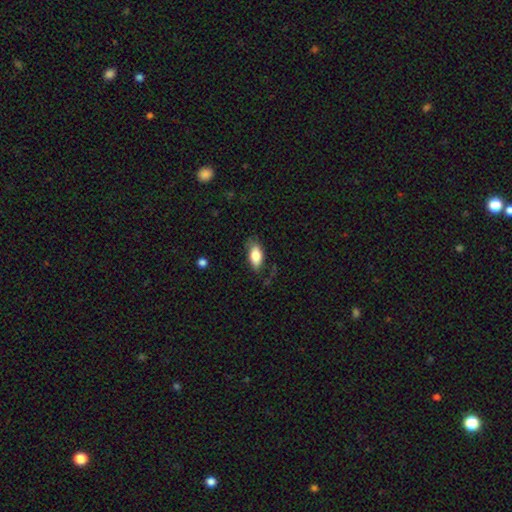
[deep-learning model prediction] smooth-or-featured: smooth: 81% | featured or disk: 13% | star or artifact: 7%
  how-rounded: in between: 87% | cigar-shaped: 9% | round: 3%
  merging: none: 70% | minor disturbance: 22% | major disturbance: 6% | merger: 2%